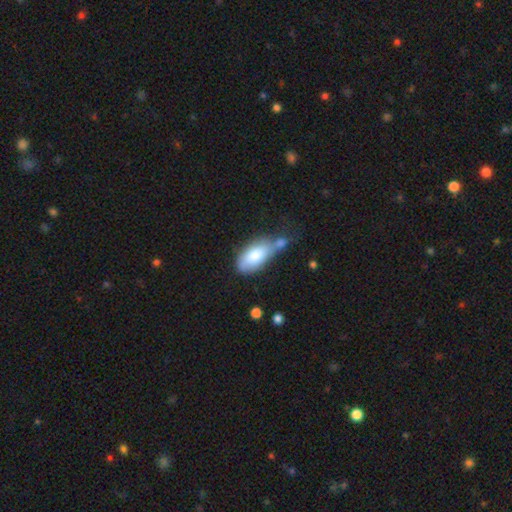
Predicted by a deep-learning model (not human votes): smooth-or-featured: smooth: 80% | featured or disk: 14% | star or artifact: 6%
  how-rounded: in between: 92% | cigar-shaped: 5% | round: 3%
  merging: none: 37% | merger: 31% | minor disturbance: 23% | major disturbance: 10%